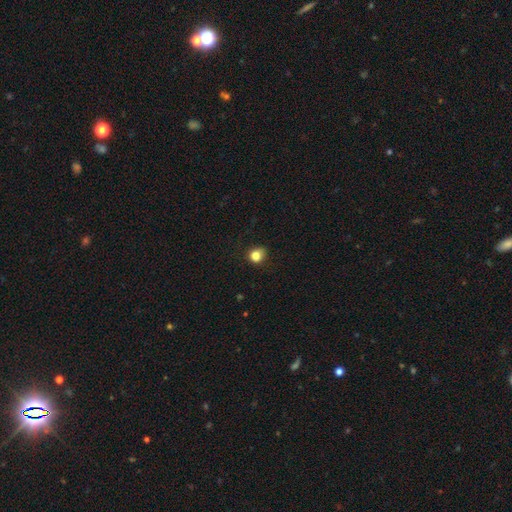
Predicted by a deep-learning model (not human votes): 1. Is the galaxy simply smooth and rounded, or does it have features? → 84% smooth, 11% star or artifact, 5% featured or disk.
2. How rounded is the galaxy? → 78% round, 21% in between, 1% cigar-shaped.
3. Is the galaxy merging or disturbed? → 78% none, 17% minor disturbance, 4% major disturbance, 1% merger.